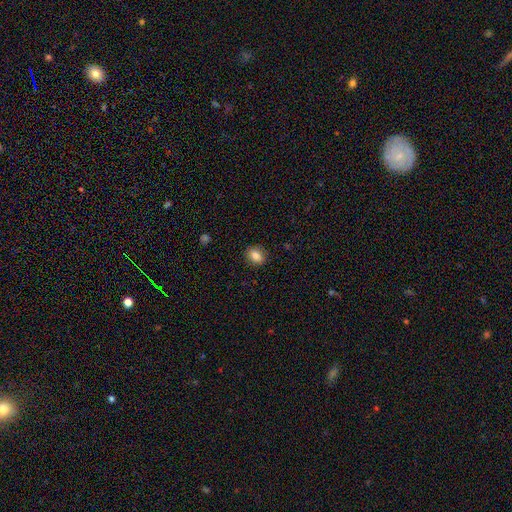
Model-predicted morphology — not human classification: A smooth galaxy with no disk features (84%) that is in between round and cigar-shaped (53%). Merging: none (89%).